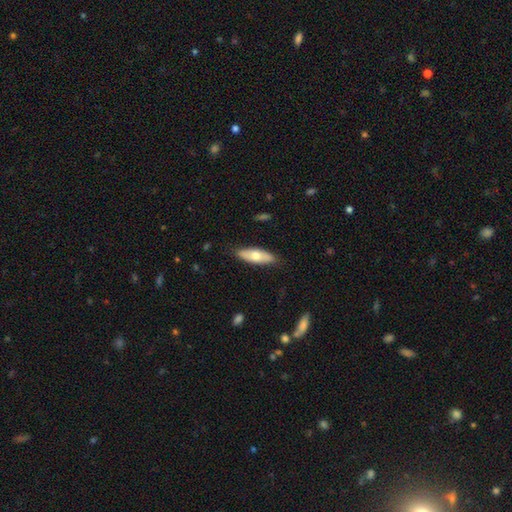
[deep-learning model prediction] The model was most divided on "how rounded": in between: 59%, cigar-shaped: 39%, round: 2%. More confident: merging — none (84%); smooth or featured — smooth (63%).